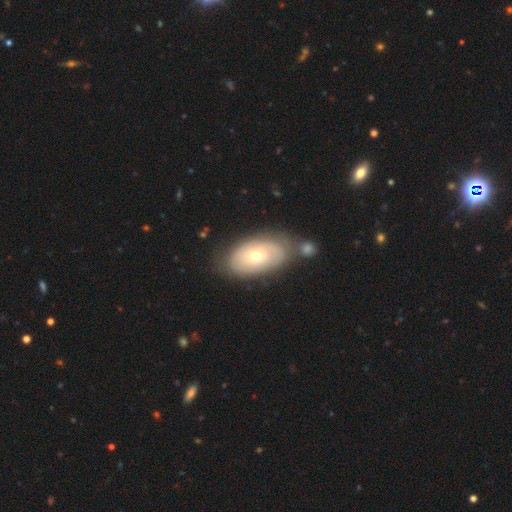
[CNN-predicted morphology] featured or disk 58%, smooth 36%, star or artifact 6%. Down the decision tree: edge-on disk — no (93%); bar — no (83%); spiral arms — yes (65%); bulge size — moderate (54%); merging — none (57%).